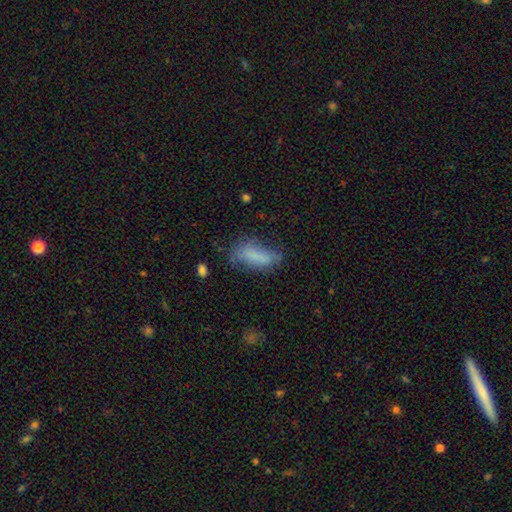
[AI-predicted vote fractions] smooth_or_featured: smooth (p=0.74) [alt: featured or disk p=0.16]
how_rounded: in between (p=0.71) [alt: cigar-shaped p=0.26]
merging: none (p=0.45) [alt: minor disturbance p=0.32]